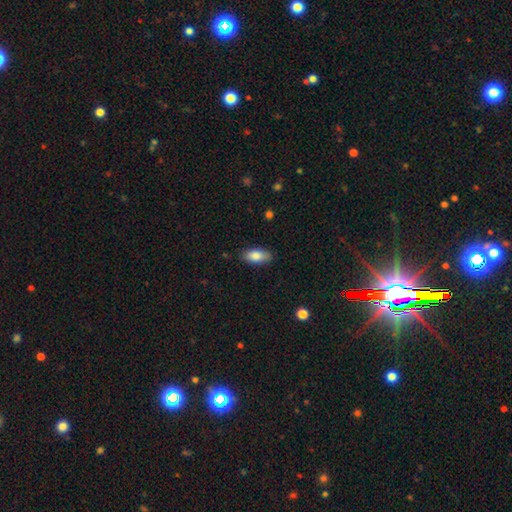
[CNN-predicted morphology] smooth_or_featured: smooth (p=0.85) [alt: featured or disk p=0.09]
how_rounded: in between (p=0.88) [alt: cigar-shaped p=0.09]
merging: none (p=0.84) [alt: minor disturbance p=0.13]